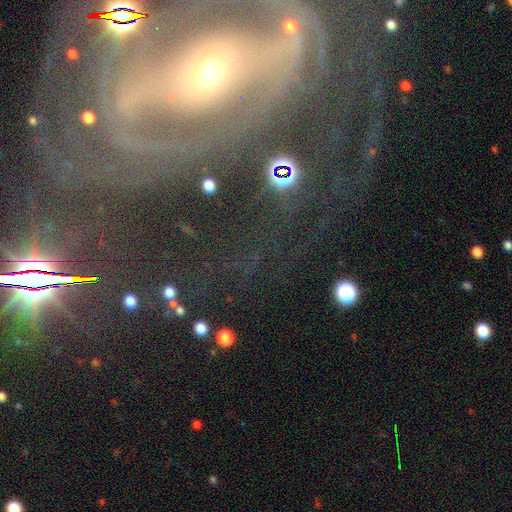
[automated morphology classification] A featured or disk galaxy (78%) with a strong bar (43%), 2 (41%) tight (52%) spiral arms (90%) and a small central bulge (52%).

Vote fractions:
- Smooth or featured? featured or disk: 78% / star or artifact: 14% / smooth: 9%
- Edge-on disk? no: 94% / yes: 6%
- Bar? strong: 43% / no: 30% / weak: 27%
- Spiral arms? yes: 90% / no: 10%
- Spiral winding? tight: 52% / medium: 35% / loose: 13%
- Spiral arm count? 2: 41% / can't tell: 22% / 3: 12% / 4: 9% / more than 4: 8% / 1: 8%
- Bulge size? small: 52% / moderate: 40% / large: 5% / dominant: 2% / none: 2%
- Merging? none: 67% / major disturbance: 15% / minor disturbance: 14% / merger: 4%